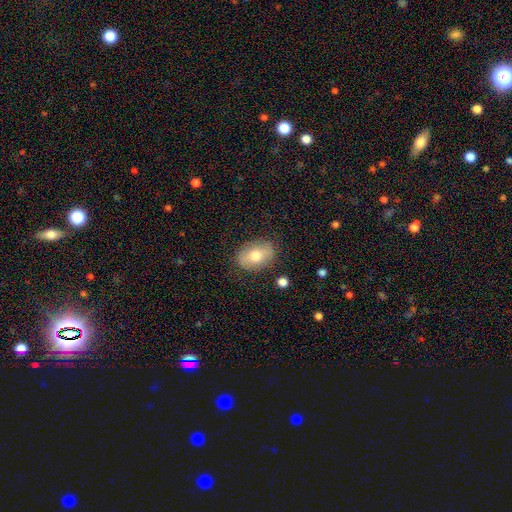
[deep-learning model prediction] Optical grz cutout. It shows a smooth galaxy with no disk features (65%) that is in between round and cigar-shaped (78%). Merging: none (82%).